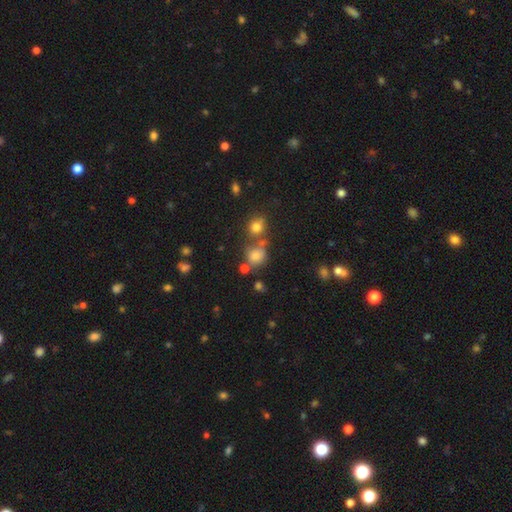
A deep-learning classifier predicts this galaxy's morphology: Smooth or featured? Predicted: smooth (p=0.73). How rounded? Predicted: round (p=0.77). Merging? Predicted: none (p=0.55).